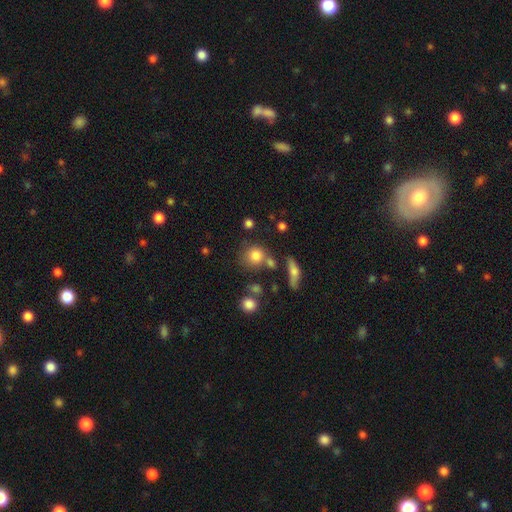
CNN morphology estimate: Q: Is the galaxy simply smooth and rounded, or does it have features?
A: smooth — 78%.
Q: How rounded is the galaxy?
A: round — 83%.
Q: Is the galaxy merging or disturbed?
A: none — 63%.